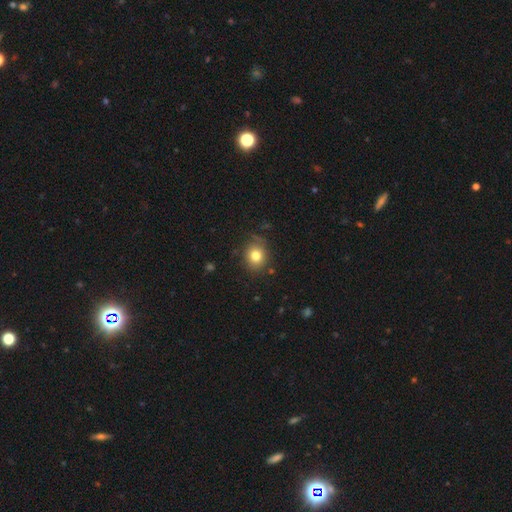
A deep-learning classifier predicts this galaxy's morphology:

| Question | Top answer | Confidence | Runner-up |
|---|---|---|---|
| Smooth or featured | smooth | 79% | star or artifact (11%) |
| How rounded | round | 77% | in between (22%) |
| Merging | none | 81% | minor disturbance (13%) |